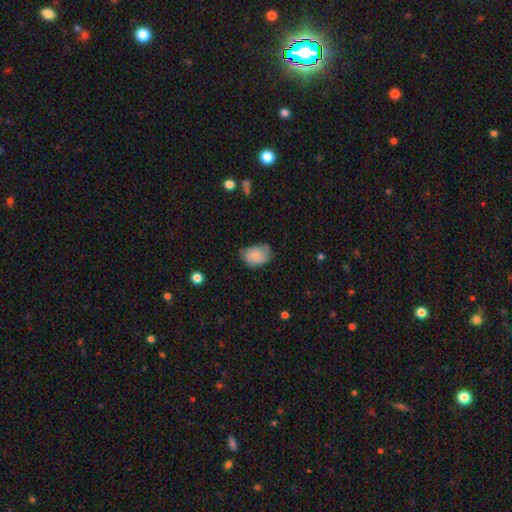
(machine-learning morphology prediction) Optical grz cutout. It shows a smooth galaxy with no disk features (81%) that is in between round and cigar-shaped (73%). Merging: none (58%).